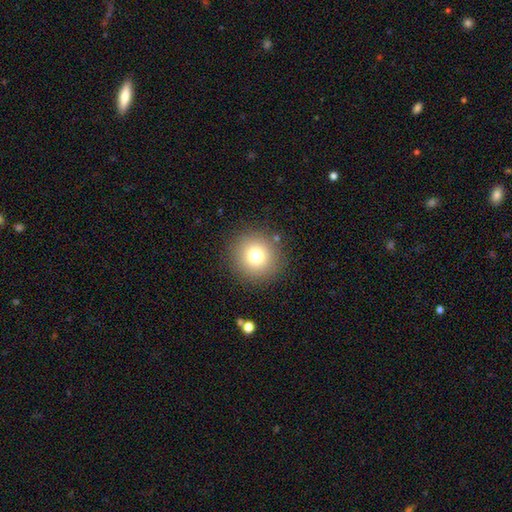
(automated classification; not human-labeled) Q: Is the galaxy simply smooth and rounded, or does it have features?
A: smooth — 76%.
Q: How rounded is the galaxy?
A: round — 95%.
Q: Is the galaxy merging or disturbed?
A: none — 89%.